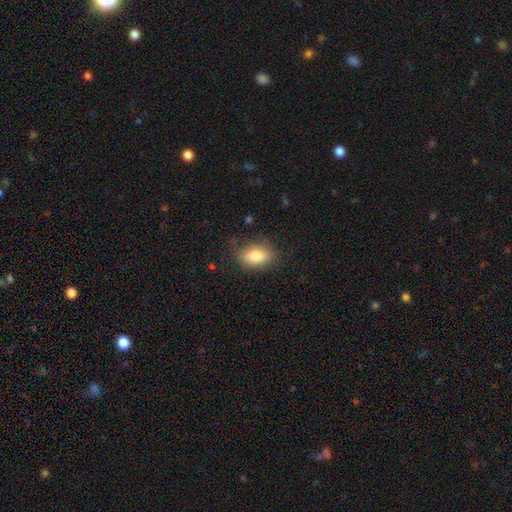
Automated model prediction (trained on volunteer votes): Smooth or featured? smooth (80%)
How rounded? in between (84%)
Merging? none (79%)